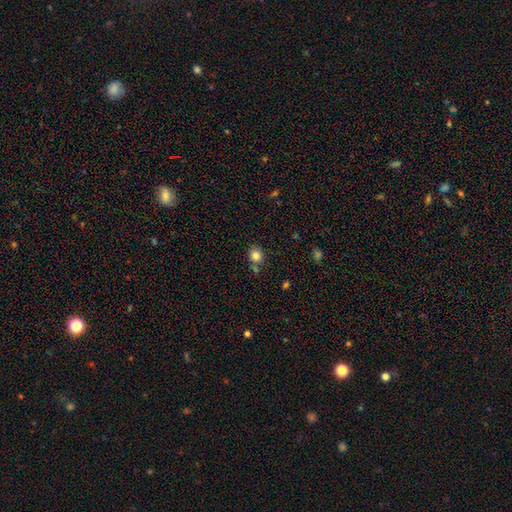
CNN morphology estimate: Smooth or featured?
  - smooth: 83% *
  - star or artifact: 11%
  - featured or disk: 6%
How rounded?
  - round: 78% *
  - in between: 21%
  - cigar-shaped: 1%
Merging?
  - none: 71% *
  - minor disturbance: 13%
  - merger: 12%
  - major disturbance: 4%